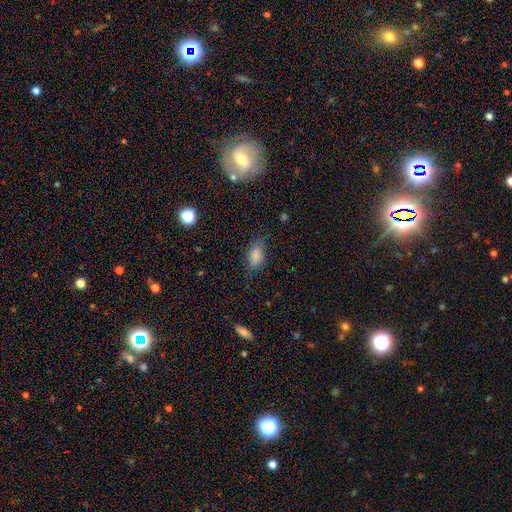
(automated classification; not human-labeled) Q: Smooth or featured?
A: smooth (85%); runner-up: star or artifact (10%)
Q: How rounded?
A: in between (90%); runner-up: round (6%)
Q: Merging?
A: none (74%); runner-up: minor disturbance (19%)